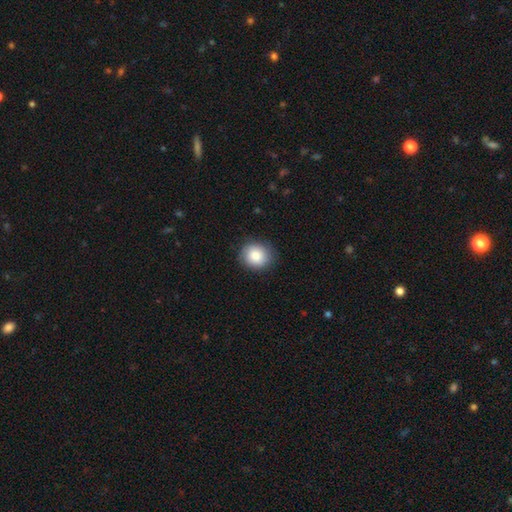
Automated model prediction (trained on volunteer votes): Overall: smooth (86%). How rounded: round (79%). Merging: none (86%).